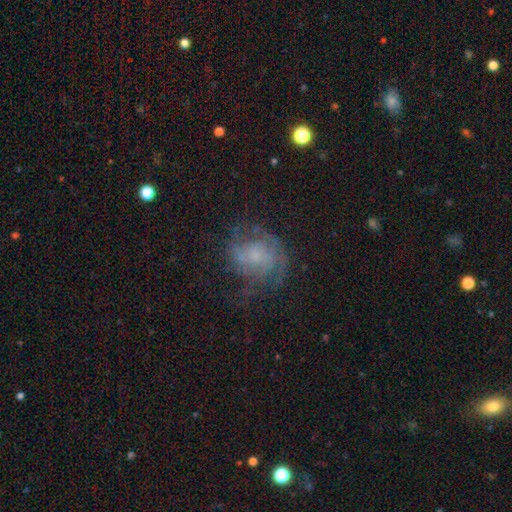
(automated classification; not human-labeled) A featured or disk galaxy (67%) with no bar (72%), tight (41%, tied with medium) spiral arms (84%) and a small central bulge (48%).

Vote fractions:
- Smooth or featured? featured or disk: 67% / smooth: 21% / star or artifact: 12%
- Edge-on disk? no: 98% / yes: 2%
- Bar? no: 72% / weak: 24% / strong: 4%
- Spiral arms? yes: 84% / no: 16%
- Spiral winding? tight: 41% (tied) / medium: 41% (tied) / loose: 18%
- Spiral arm count? can't tell: 39% / 2: 29% / 3: 15% / 4: 6% / 1: 6% / more than 4: 5%
- Bulge size? small: 48% / none: 26% / moderate: 20% / large: 4% / dominant: 2%
- Merging? none: 61% / minor disturbance: 19% / major disturbance: 18% / merger: 2%